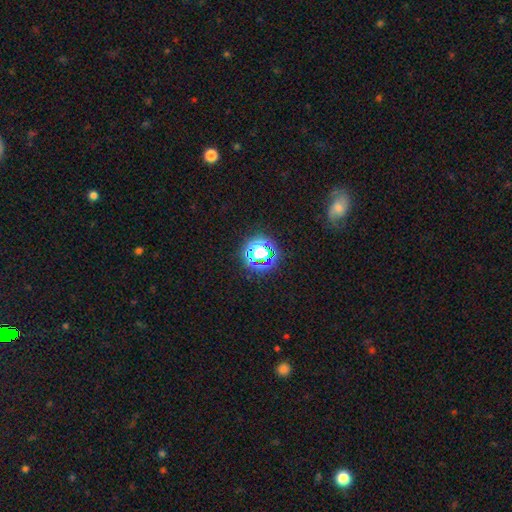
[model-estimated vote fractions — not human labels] Q: Smooth or featured?
A: star or artifact (55%); runner-up: smooth (34%)